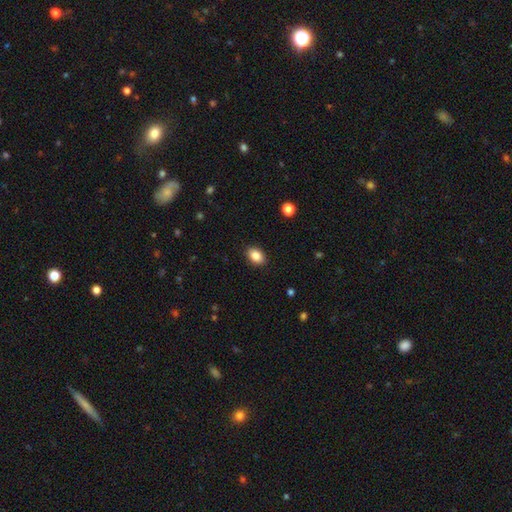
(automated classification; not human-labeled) Smooth or featured: smooth — 87% (star or artifact — 8%)
How rounded: in between — 79% (round — 20%)
Merging: none — 89% (minor disturbance — 8%)